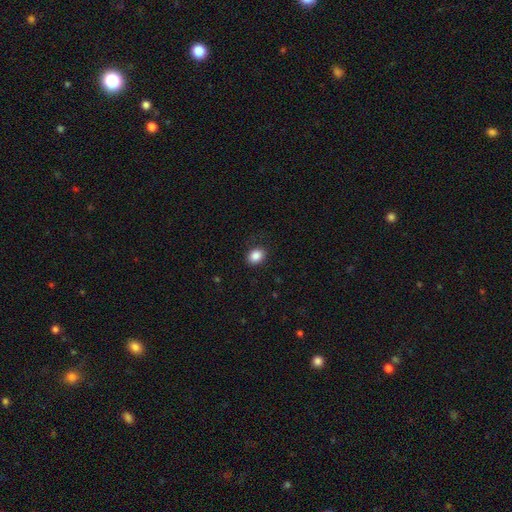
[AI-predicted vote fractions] Smooth or featured?
  - smooth: 87% *
  - star or artifact: 9%
  - featured or disk: 4%
How rounded?
  - in between: 57% *
  - round: 42%
  - cigar-shaped: 1%
Merging?
  - none: 84% *
  - minor disturbance: 11%
  - major disturbance: 3%
  - merger: 1%